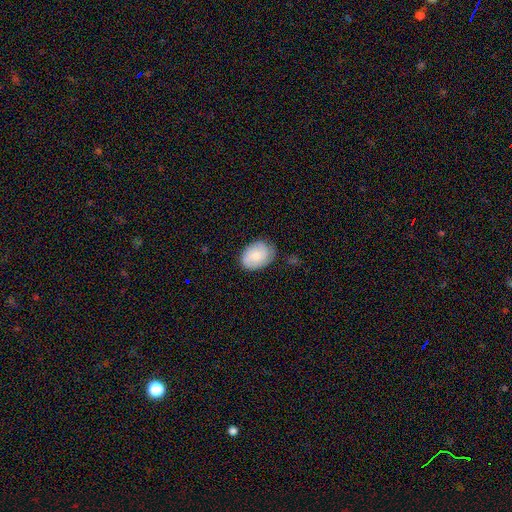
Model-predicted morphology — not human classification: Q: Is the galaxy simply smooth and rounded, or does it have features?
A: smooth — 68%.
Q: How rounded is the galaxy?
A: in between — 79%.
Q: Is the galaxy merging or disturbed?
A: none — 72%.